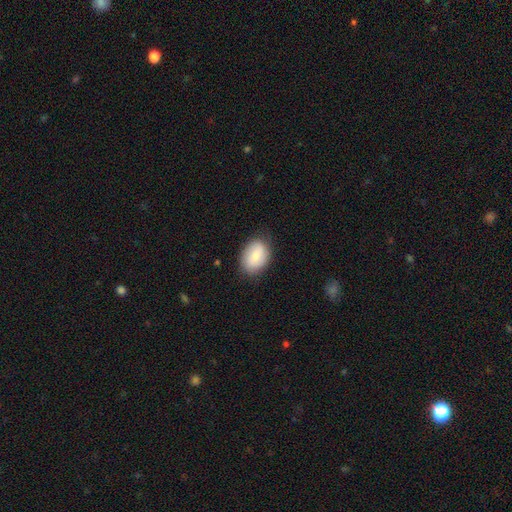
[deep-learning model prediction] This is likely a smooth galaxy (79%). How rounded: likely in between (79%). Merging: likely none (78%).